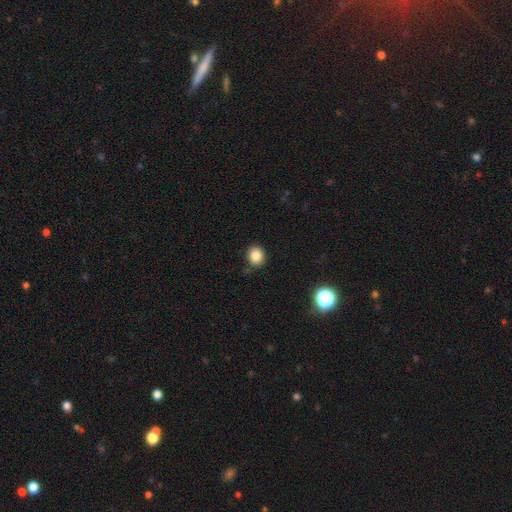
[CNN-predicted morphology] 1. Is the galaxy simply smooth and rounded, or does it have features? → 84% smooth, 11% star or artifact, 5% featured or disk.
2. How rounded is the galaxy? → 70% round, 29% in between, 1% cigar-shaped.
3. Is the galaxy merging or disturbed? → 83% none, 12% minor disturbance, 3% merger, 3% major disturbance.